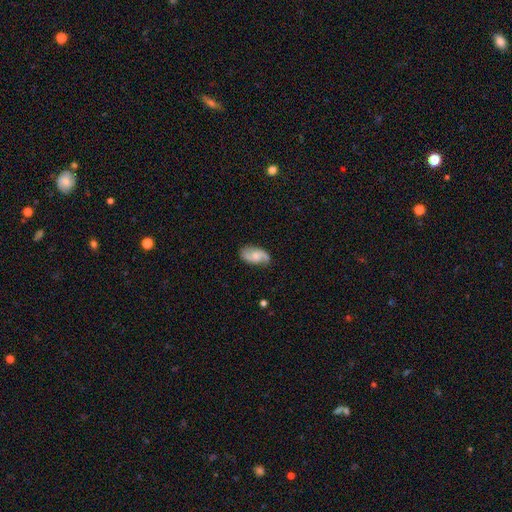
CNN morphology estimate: Smooth or featured? featured or disk (55%)
Edge-on disk? no (95%)
Bar? no (61%)
Spiral arms? yes (91%)
Bulge size? moderate (44%)
Merging? none (75%)